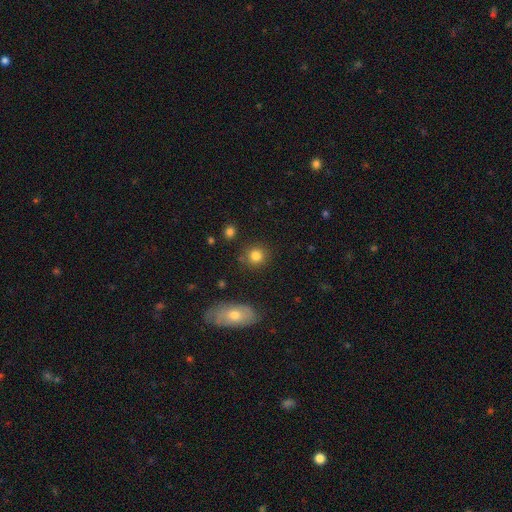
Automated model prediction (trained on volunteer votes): smooth 83%, star or artifact 11%, featured or disk 7%. Down the decision tree: how rounded — round (87%); merging — none (85%).